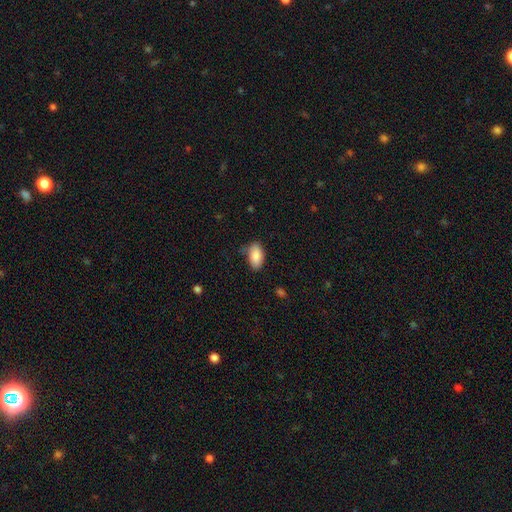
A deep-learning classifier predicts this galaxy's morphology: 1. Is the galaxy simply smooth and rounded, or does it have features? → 87% smooth, 7% star or artifact, 6% featured or disk.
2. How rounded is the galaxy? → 94% in between, 4% round, 2% cigar-shaped.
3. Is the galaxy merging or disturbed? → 74% none, 20% minor disturbance, 4% major disturbance, 2% merger.